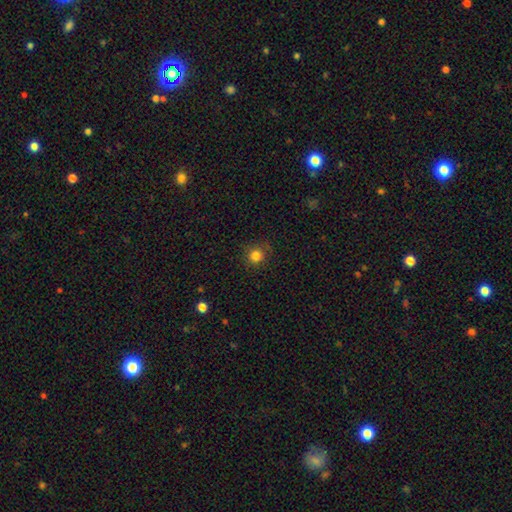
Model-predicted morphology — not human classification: Overall: smooth (82%). How rounded: round (92%). Merging: none (83%).